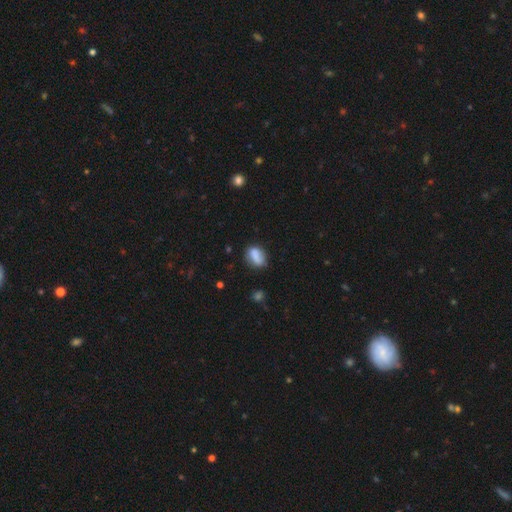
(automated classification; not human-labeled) Q: Smooth or featured?
A: smooth (76%); runner-up: featured or disk (16%)
Q: How rounded?
A: in between (73%); runner-up: round (22%)
Q: Merging?
A: none (65%); runner-up: minor disturbance (22%)